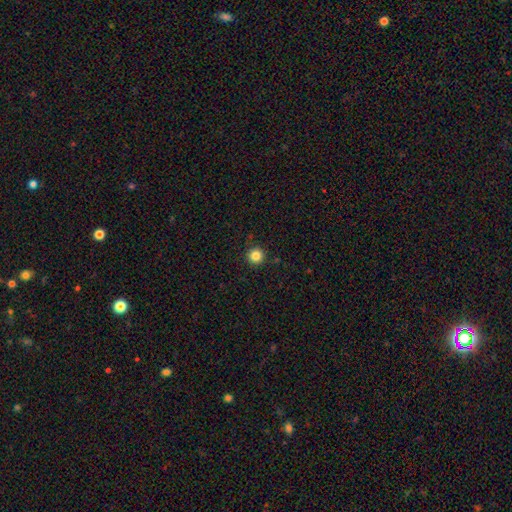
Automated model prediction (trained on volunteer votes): A smooth galaxy with no disk features (84%) that is round (96%). Merging: none (92%).